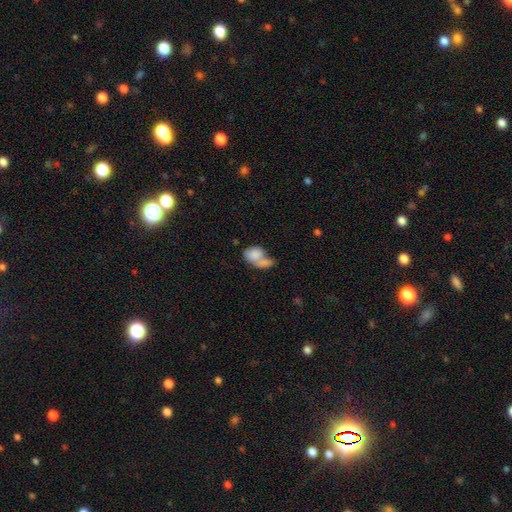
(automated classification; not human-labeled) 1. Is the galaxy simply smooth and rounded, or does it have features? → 78% smooth, 14% featured or disk, 7% star or artifact.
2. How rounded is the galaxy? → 73% in between, 25% round, 2% cigar-shaped.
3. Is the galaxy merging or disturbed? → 59% merger, 21% none, 10% minor disturbance, 10% major disturbance.